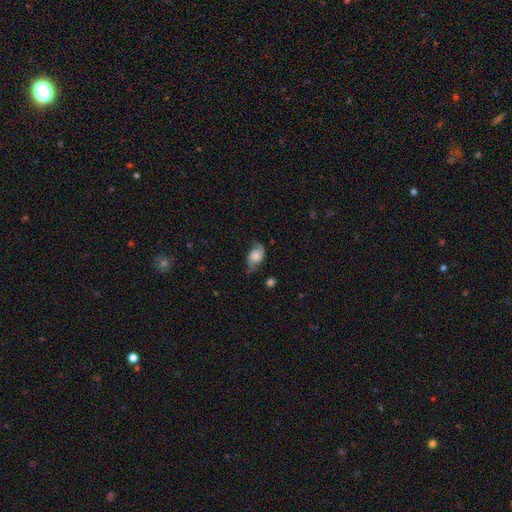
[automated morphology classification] A featured or disk galaxy (56%) with no bar (69%), spiral arms (88%) and a large central bulge (40%). Merging: none (61%).